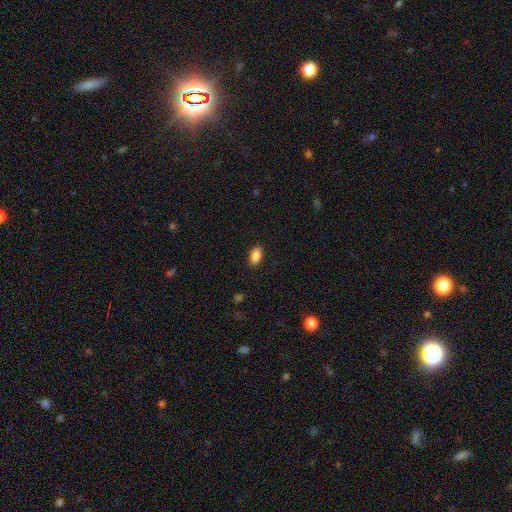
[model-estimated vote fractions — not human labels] This is clearly a smooth galaxy (88%). How rounded: clearly in between (92%). Merging: clearly none (89%).